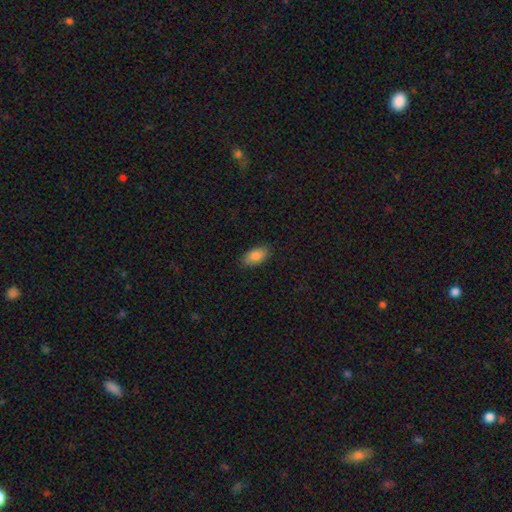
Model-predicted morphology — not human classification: This appears to be a smooth galaxy with no disk features (86%) that is in between round and cigar-shaped (93%). Merging: none (86%).